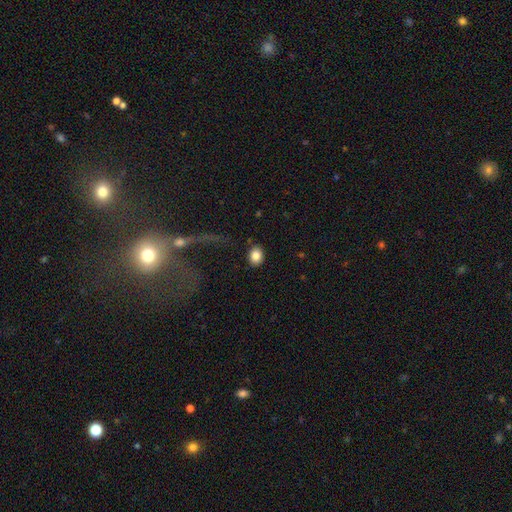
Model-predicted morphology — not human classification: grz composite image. It shows a smooth galaxy with no disk features (84%) that is in between round and cigar-shaped (50%). Merging: none (87%).